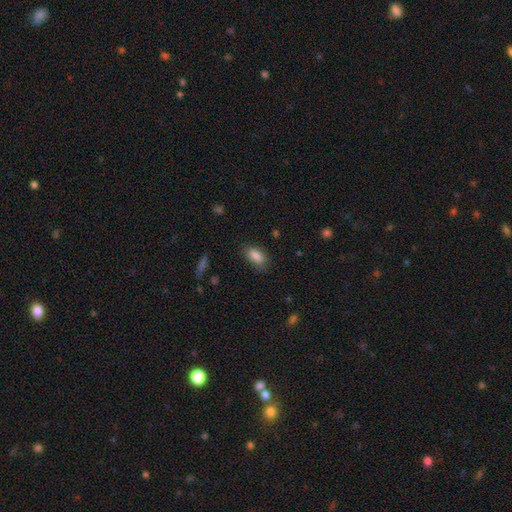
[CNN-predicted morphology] Smooth or featured? Predicted: smooth (p=0.87). How rounded? Predicted: in between (p=0.89). Merging? Predicted: none (p=0.75).